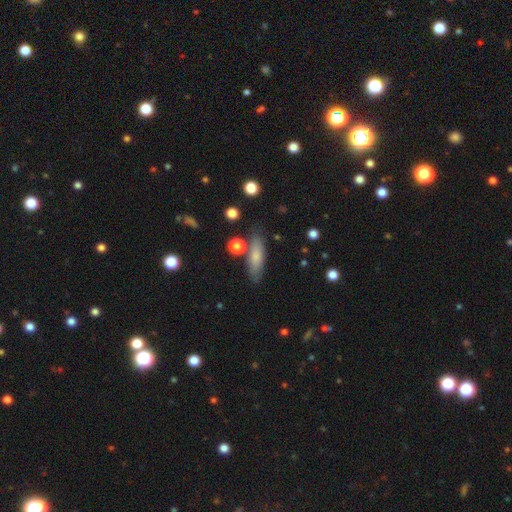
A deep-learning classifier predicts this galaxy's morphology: smooth-or-featured: smooth: 75% | featured or disk: 18% | star or artifact: 7%
  how-rounded: cigar-shaped: 56% | in between: 41% | round: 3%
  merging: none: 77% | minor disturbance: 13% | merger: 6% | major disturbance: 4%